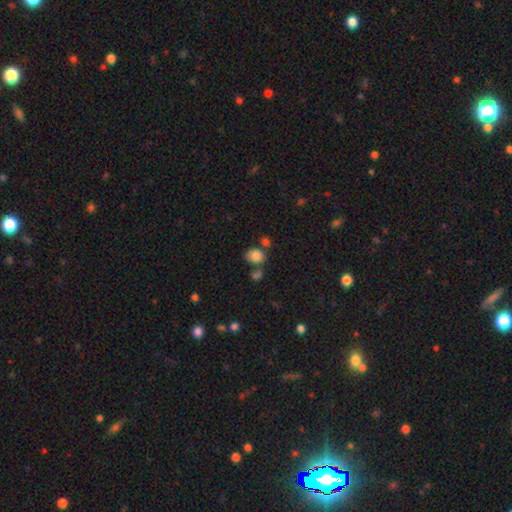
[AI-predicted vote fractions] This appears to be a smooth galaxy with no disk features (83%) that is in between round and cigar-shaped (56%). Merging: none (58%).